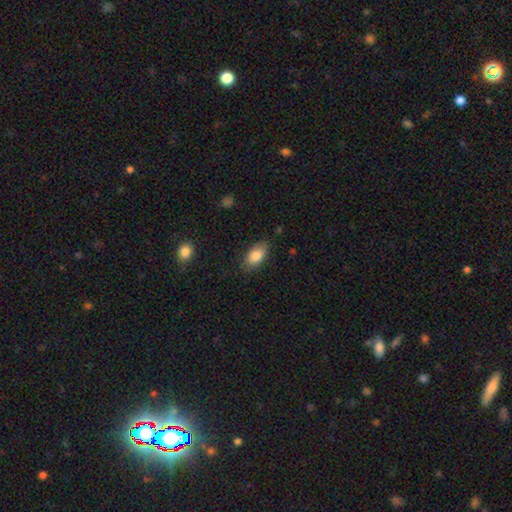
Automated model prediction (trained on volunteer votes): smooth_or_featured: smooth (p=0.84) [alt: featured or disk p=0.09]
how_rounded: in between (p=0.92) [alt: round p=0.05]
merging: none (p=0.81) [alt: minor disturbance p=0.15]